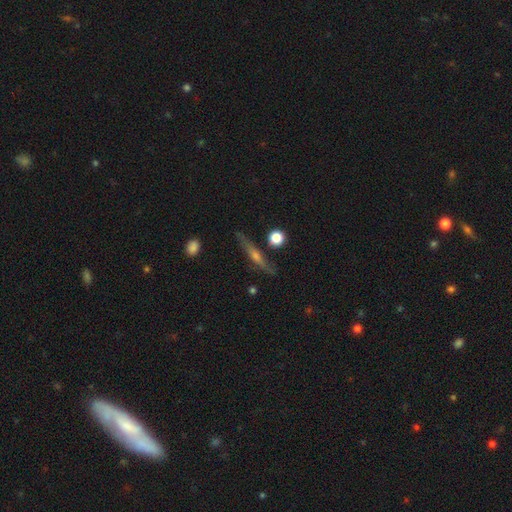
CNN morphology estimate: Smooth or featured? Predicted: featured or disk (p=0.67). Edge-on disk? Predicted: yes (p=0.94). Edge-on bulge? Predicted: rounded (p=0.74). Merging? Predicted: none (p=0.82).